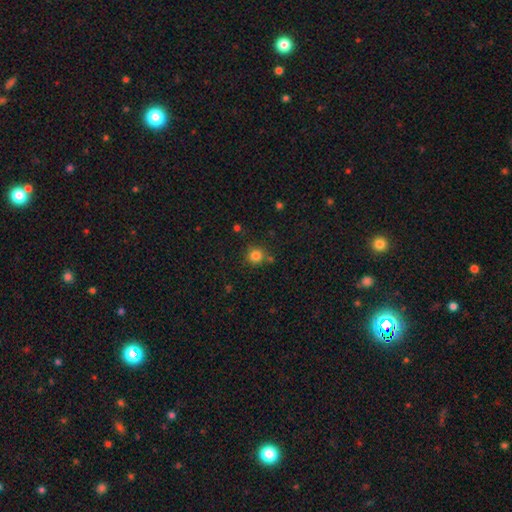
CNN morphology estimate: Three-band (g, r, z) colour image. It shows a smooth galaxy with no disk features (82%) that is round (93%). Merging: none (78%).